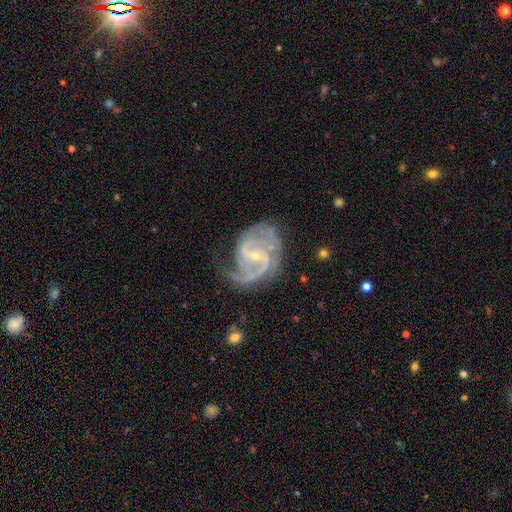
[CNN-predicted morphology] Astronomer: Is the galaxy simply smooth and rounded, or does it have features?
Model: featured or disk — 92%.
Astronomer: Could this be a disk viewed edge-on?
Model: no — 98%.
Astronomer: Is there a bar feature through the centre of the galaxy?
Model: weak — 50% (runner-up: no, 29%).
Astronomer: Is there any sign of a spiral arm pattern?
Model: yes — 98%.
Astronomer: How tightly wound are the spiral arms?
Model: medium — 52% (runner-up: tight, 34%).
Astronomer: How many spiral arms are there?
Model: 2 — 54%.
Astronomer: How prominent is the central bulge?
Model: small — 76%.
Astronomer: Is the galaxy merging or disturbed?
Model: none — 57%.